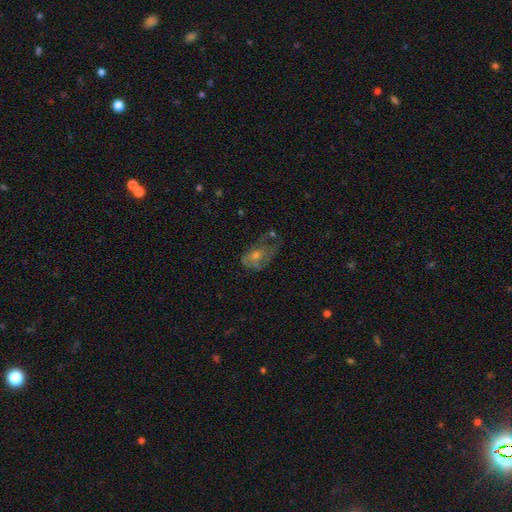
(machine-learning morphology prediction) A featured or disk galaxy (49%). Merging: none (39%).